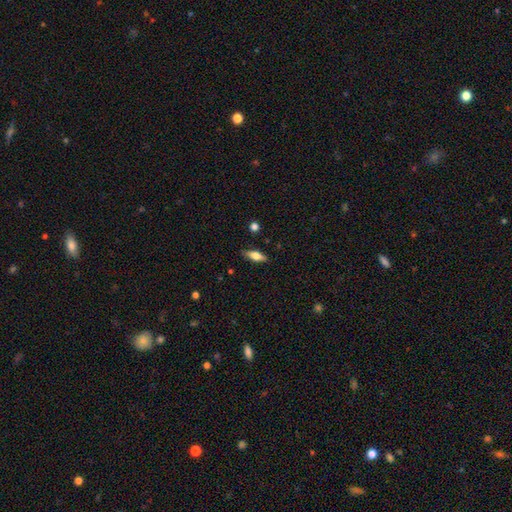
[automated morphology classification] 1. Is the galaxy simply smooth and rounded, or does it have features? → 55% smooth, 38% featured or disk, 7% star or artifact.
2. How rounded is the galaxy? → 59% in between, 37% cigar-shaped, 3% round.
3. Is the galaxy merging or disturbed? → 84% none, 12% minor disturbance, 2% major disturbance, 2% merger.